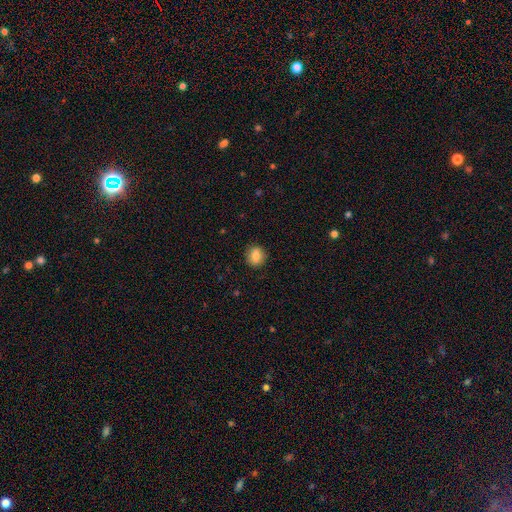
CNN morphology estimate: Overall: smooth (83%). How rounded: round (72%). Merging: none (88%).